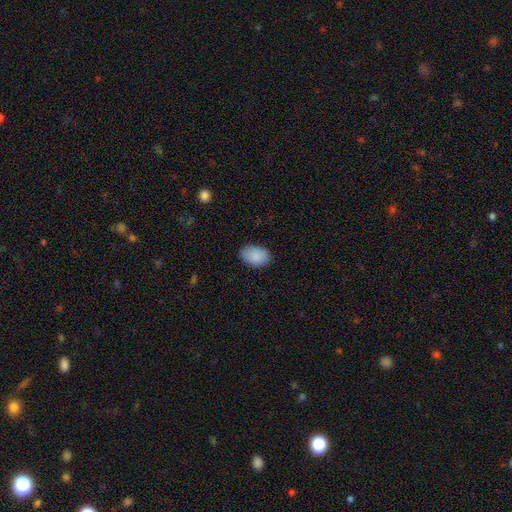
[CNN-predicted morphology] Smooth or featured? Predicted: smooth (p=0.90). How rounded? Predicted: in between (p=0.89). Merging? Predicted: none (p=0.85).